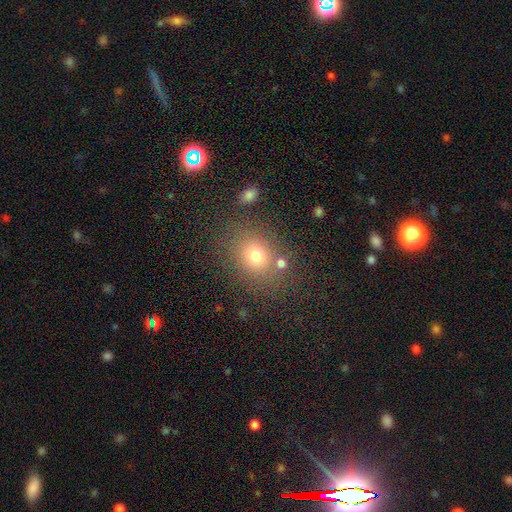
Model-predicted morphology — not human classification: Smooth or featured? smooth (73%)
How rounded? round (54%)
Merging? none (73%)